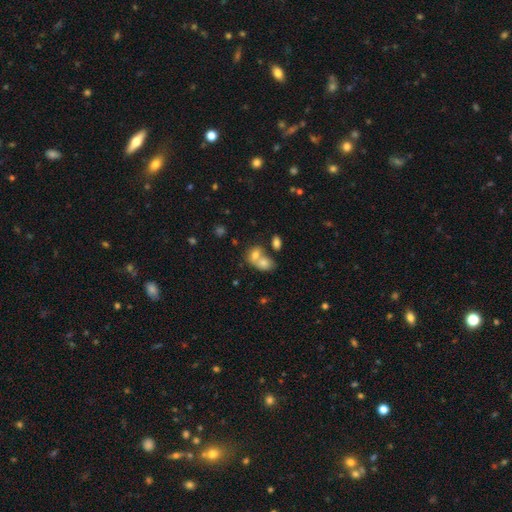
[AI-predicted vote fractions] smooth 72%, featured or disk 17%, star or artifact 12%. Down the decision tree: how rounded — in between (65%); merging — merger (64%).